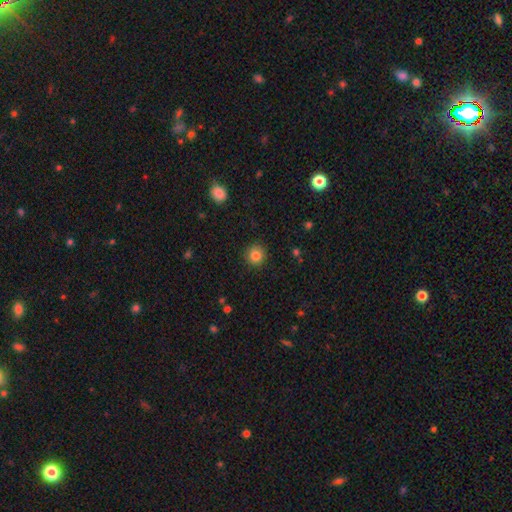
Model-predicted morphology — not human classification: Smooth or featured?
  - smooth: 85% *
  - star or artifact: 10%
  - featured or disk: 5%
How rounded?
  - round: 93% *
  - in between: 6%
  - cigar-shaped: 1%
Merging?
  - none: 90% *
  - minor disturbance: 7%
  - major disturbance: 2%
  - merger: 1%